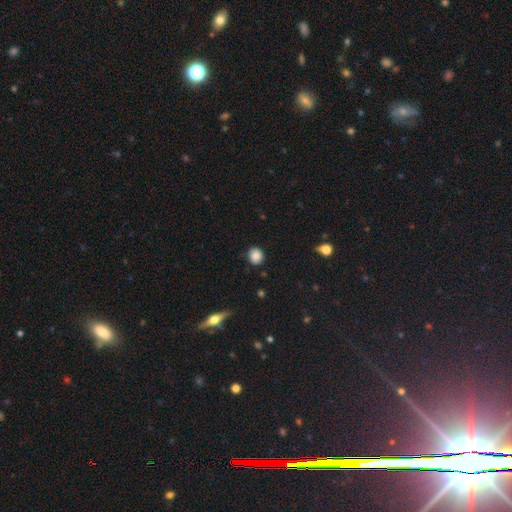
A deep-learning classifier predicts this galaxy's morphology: A smooth galaxy with no disk features (86%) that is round (78%).

Vote fractions:
- Smooth or featured? smooth: 86% / star or artifact: 9% / featured or disk: 5%
- How rounded? round: 78% / in between: 21% / cigar-shaped: 1%
- Merging? none: 83% / minor disturbance: 13% / major disturbance: 3% / merger: 1%